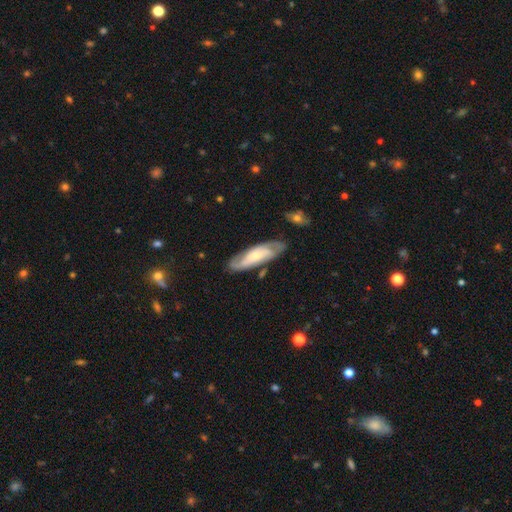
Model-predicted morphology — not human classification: smooth-or-featured: featured or disk: 65% | smooth: 29% | star or artifact: 6%
  disk-edge-on: no: 82% | yes: 18%
    bar: no: 57% | weak: 31% | strong: 12%
    has-spiral-arms: yes: 90% | no: 10%
    bulge-size: small: 51% | moderate: 35% | none: 6% | large: 6% | dominant: 2%
  merging: none: 77% | minor disturbance: 15% | major disturbance: 4% | merger: 3%